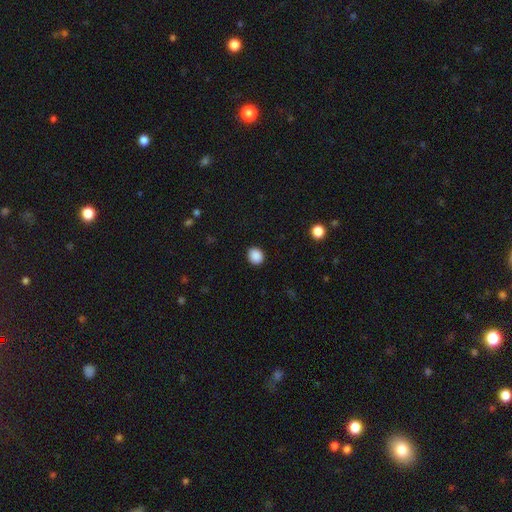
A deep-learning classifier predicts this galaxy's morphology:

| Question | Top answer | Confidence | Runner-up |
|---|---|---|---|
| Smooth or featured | smooth | 89% | star or artifact (9%) |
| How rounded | round | 76% | in between (23%) |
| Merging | none | 90% | minor disturbance (7%) |